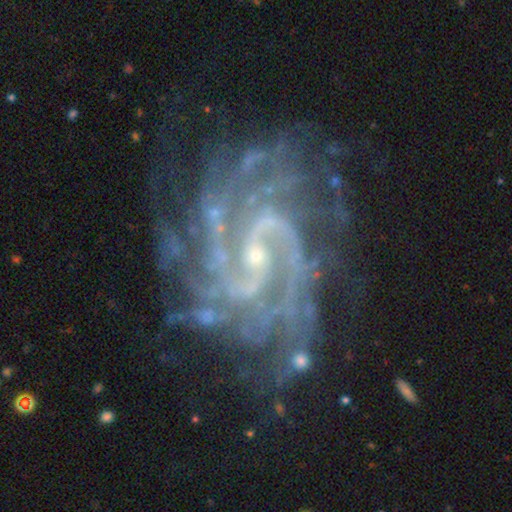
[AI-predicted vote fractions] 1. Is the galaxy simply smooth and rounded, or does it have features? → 92% featured or disk, 6% star or artifact, 2% smooth.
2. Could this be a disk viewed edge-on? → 98% no, 2% yes.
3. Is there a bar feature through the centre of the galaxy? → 48% weak, 29% no, 22% strong.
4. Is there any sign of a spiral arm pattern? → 98% yes, 2% no.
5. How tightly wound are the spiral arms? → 50% tight, 42% medium, 8% loose.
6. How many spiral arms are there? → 37% 2, 16% can't tell, 15% 3, 13% 4, 10% more than 4, 8% 1.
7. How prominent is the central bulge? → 80% small, 14% moderate, 4% none, 1% large, 1% dominant.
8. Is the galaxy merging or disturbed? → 71% none, 17% minor disturbance, 9% major disturbance, 2% merger.